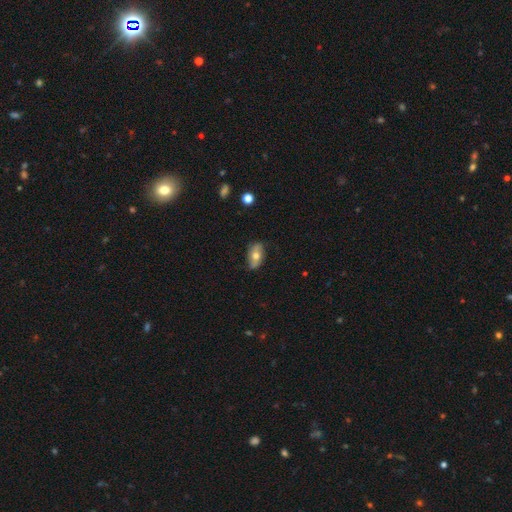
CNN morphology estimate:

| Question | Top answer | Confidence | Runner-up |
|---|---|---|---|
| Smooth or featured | smooth | 58% | featured or disk (35%) |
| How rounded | in between | 89% | round (6%) |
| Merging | none | 76% | minor disturbance (19%) |